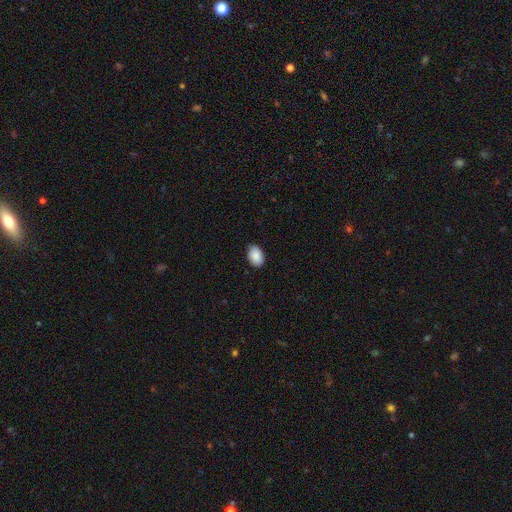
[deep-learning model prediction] Smooth or featured: smooth — 89% (star or artifact — 7%)
How rounded: in between — 83% (round — 16%)
Merging: none — 81% (minor disturbance — 16%)